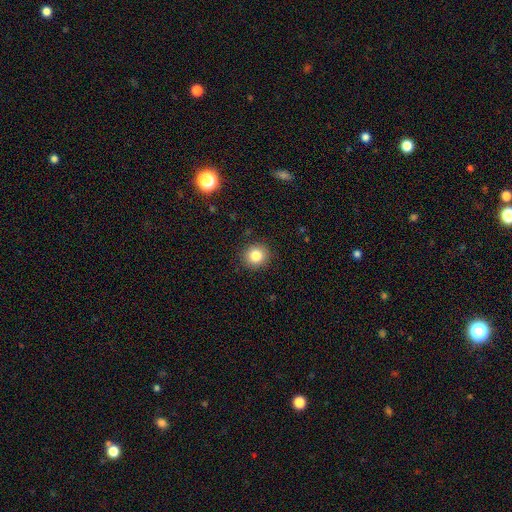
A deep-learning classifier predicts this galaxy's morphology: This appears to be a smooth galaxy with no disk features (83%) that is round (88%). Merging: none (90%).